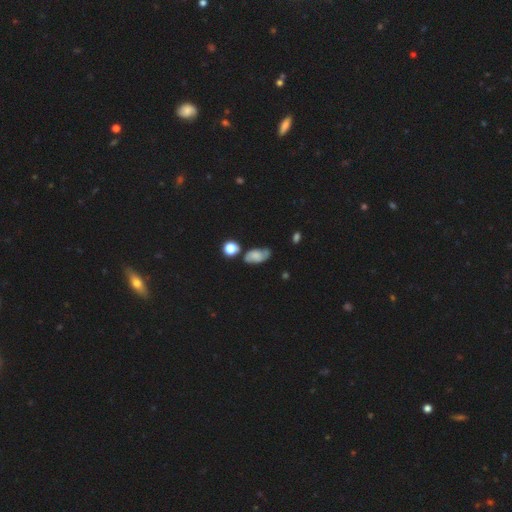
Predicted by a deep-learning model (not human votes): Q: Smooth or featured?
A: featured or disk (50%); runner-up: smooth (39%)
Q: Edge-on disk?
A: no (93%); runner-up: yes (7%)
Q: Merging?
A: none (63%); runner-up: minor disturbance (23%)